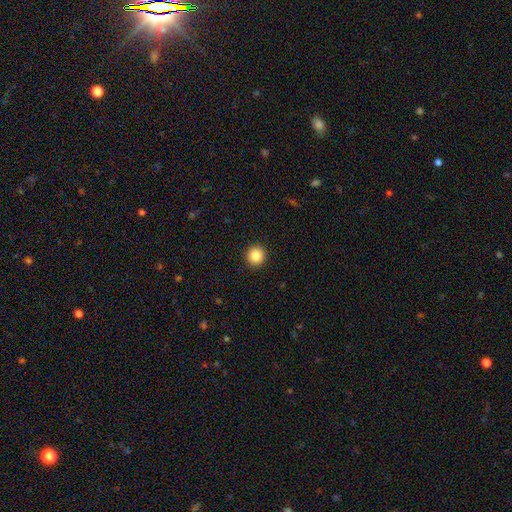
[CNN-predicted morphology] Smooth or featured? smooth (86%)
How rounded? round (94%)
Merging? none (93%)